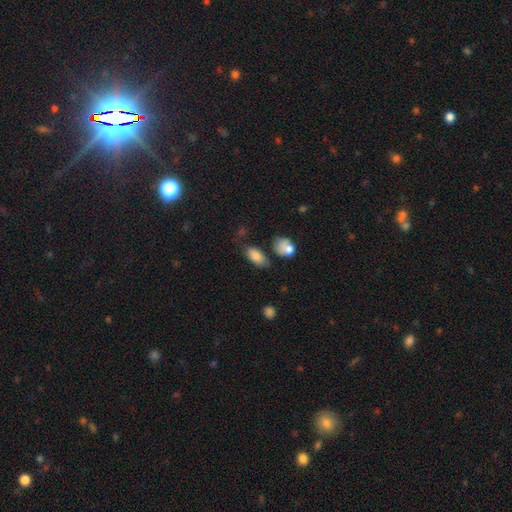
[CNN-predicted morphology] A smooth galaxy with no disk features (82%) that is in between round and cigar-shaped (91%). Merging: none (57%).